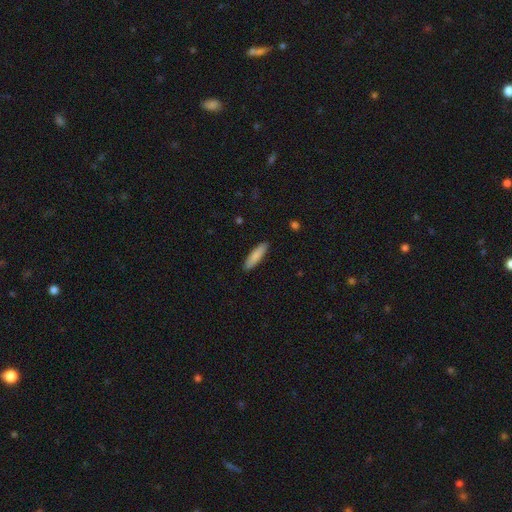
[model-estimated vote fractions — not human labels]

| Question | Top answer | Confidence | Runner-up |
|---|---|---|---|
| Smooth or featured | smooth | 85% | featured or disk (9%) |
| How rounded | cigar-shaped | 73% | in between (26%) |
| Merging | none | 90% | minor disturbance (7%) |